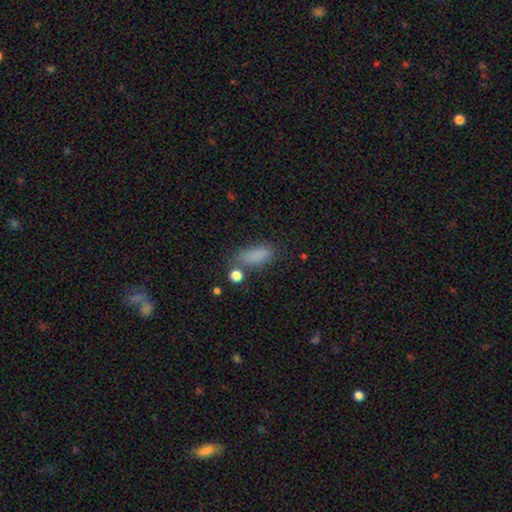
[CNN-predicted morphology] The model was most divided on "merging": none: 60%, minor disturbance: 21%, major disturbance: 10%, merger: 9%. More confident: smooth or featured — smooth (81%); how rounded — in between (70%).